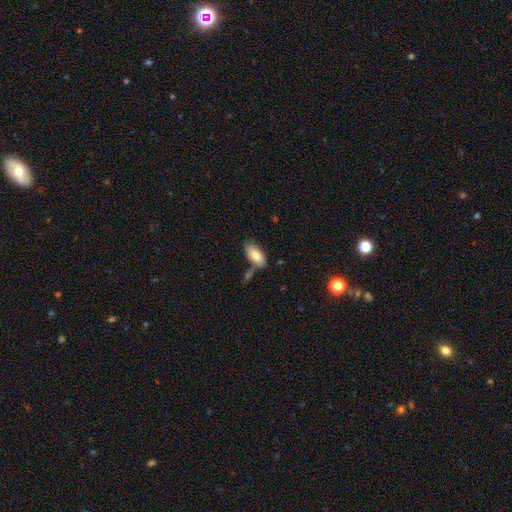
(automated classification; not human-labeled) A smooth galaxy with no disk features (82%) that is in between round and cigar-shaped (89%). Merging: none (66%).